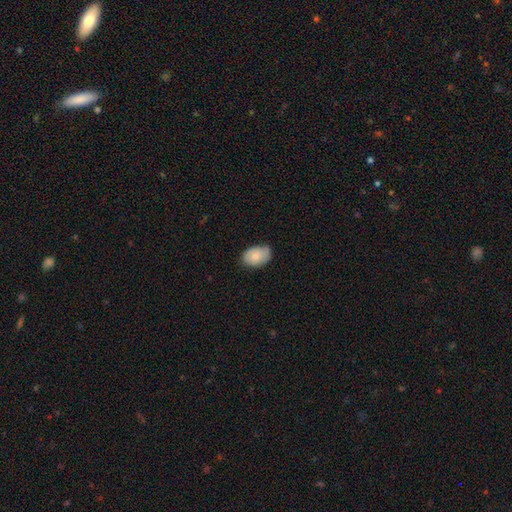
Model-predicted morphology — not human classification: Smooth or featured? smooth (77%)
How rounded? in between (85%)
Merging? none (63%)